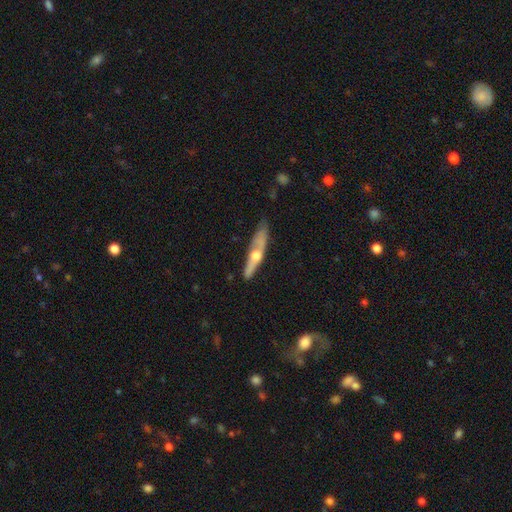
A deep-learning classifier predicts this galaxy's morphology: Smooth or featured: featured or disk — 63% (smooth — 31%)
Edge-on disk: yes — 84% (no — 16%)
Edge-on bulge: rounded — 89% (none — 7%)
Merging: none — 71% (minor disturbance — 21%)